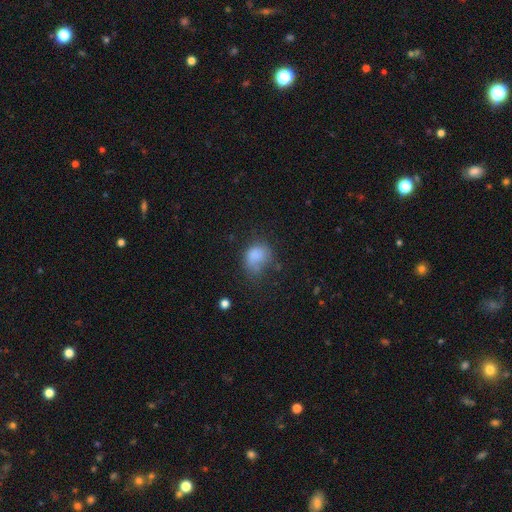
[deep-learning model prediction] smooth_or_featured: smooth (p=0.77) [alt: featured or disk p=0.12]
how_rounded: in between (p=0.56) [alt: round p=0.43]
merging: none (p=0.38) [alt: minor disturbance p=0.31]